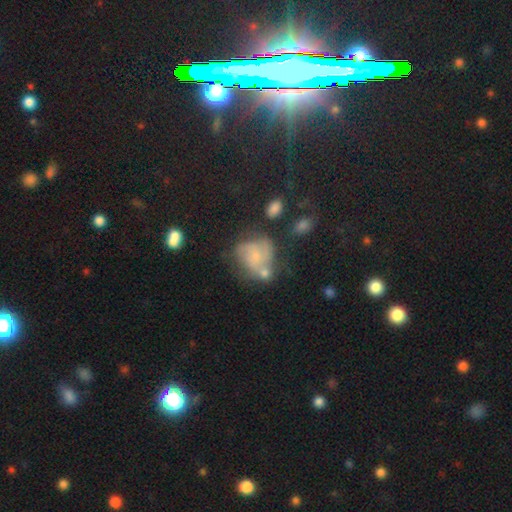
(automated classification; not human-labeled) Q: Smooth or featured?
A: featured or disk (49%); runner-up: smooth (40%)
Q: Merging?
A: none (36%); runner-up: merger (23%)